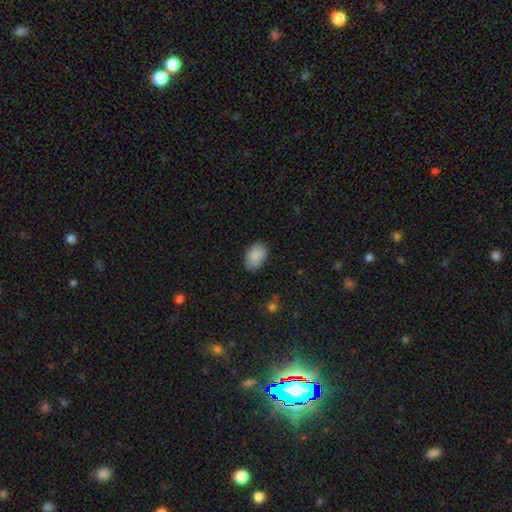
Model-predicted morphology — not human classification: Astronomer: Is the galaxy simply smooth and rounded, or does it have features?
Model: smooth — 89%.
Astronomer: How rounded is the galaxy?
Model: in between — 90%.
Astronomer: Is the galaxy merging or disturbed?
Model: none — 83%.